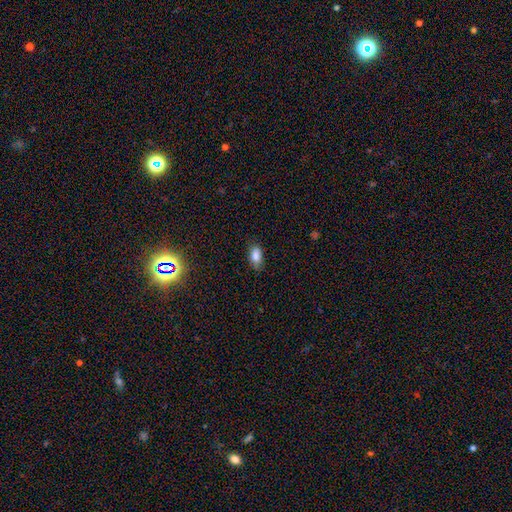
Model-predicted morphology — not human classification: Smooth or featured? Predicted: smooth (p=0.85). How rounded? Predicted: in between (p=0.90). Merging? Predicted: none (p=0.78).